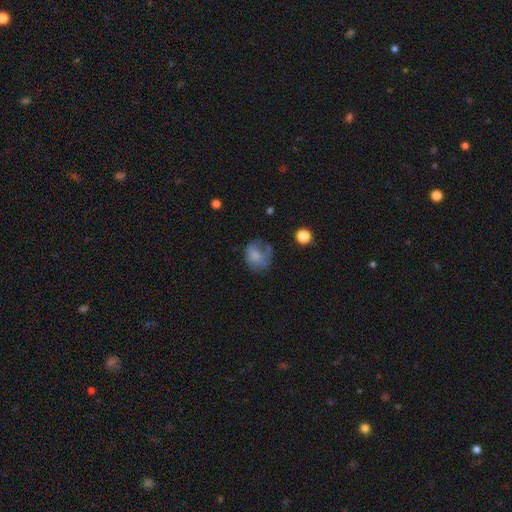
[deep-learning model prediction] Q: Smooth or featured?
A: smooth (65%); runner-up: featured or disk (24%)
Q: How rounded?
A: round (61%); runner-up: in between (38%)
Q: Merging?
A: none (39%); runner-up: major disturbance (30%)